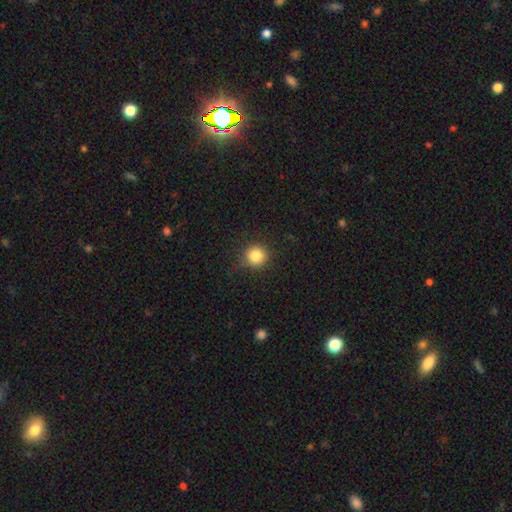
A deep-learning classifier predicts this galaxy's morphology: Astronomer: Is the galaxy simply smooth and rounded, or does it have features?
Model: smooth — 84%.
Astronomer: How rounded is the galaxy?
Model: round — 93%.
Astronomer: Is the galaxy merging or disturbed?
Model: none — 87%.